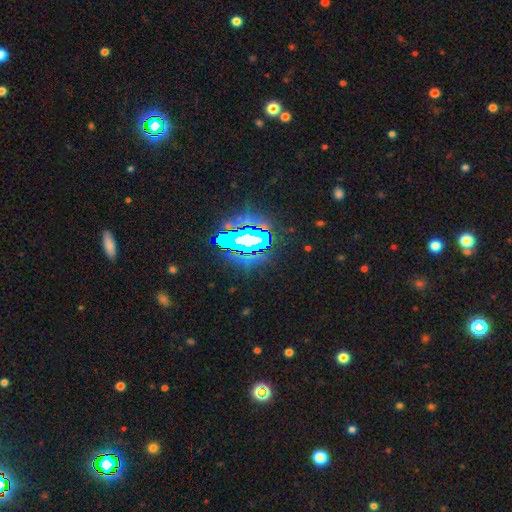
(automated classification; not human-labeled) smooth-or-featured: star or artifact: 83% | smooth: 10% | featured or disk: 7%